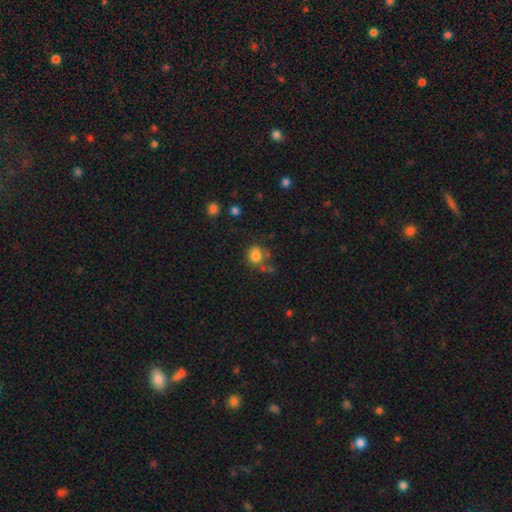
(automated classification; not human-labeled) Smooth or featured: smooth — 77% (star or artifact — 13%)
How rounded: round — 57% (in between — 42%)
Merging: none — 48% (minor disturbance — 21%)